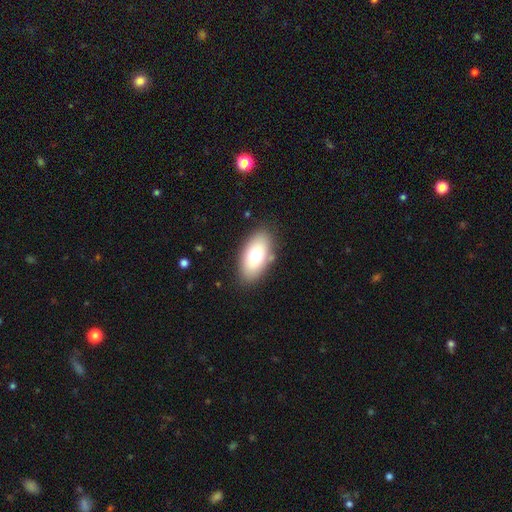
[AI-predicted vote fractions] A smooth galaxy with no disk features (71%) that is in between round and cigar-shaped (92%). Merging: none (84%).